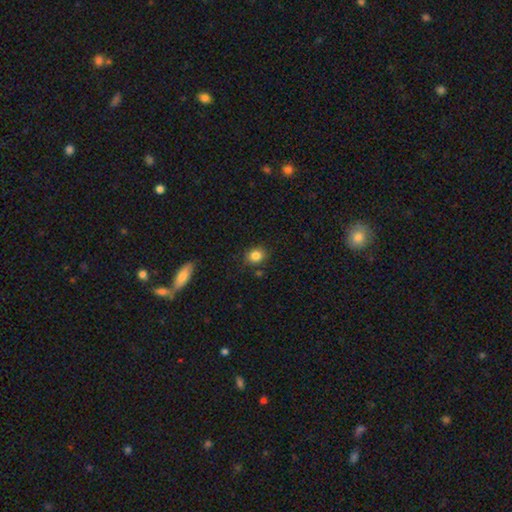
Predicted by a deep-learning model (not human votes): This is clearly a smooth galaxy (85%). How rounded: likely round (62%). Merging: clearly none (82%).